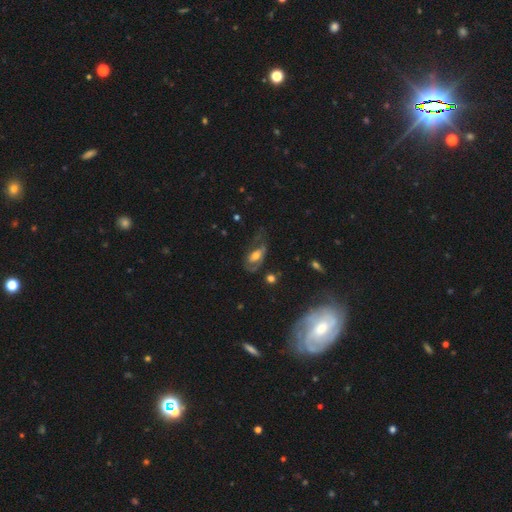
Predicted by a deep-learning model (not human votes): This is possibly a featured or disk galaxy (55%). It is clearly not viewed edge-on (86%). Merging: marginally none (38%).